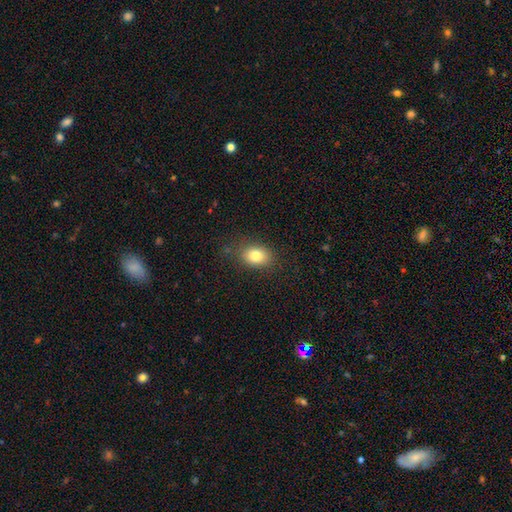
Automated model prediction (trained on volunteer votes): Morphology: type=smooth (81%); roundness=in between (70%); merging=none (82%).